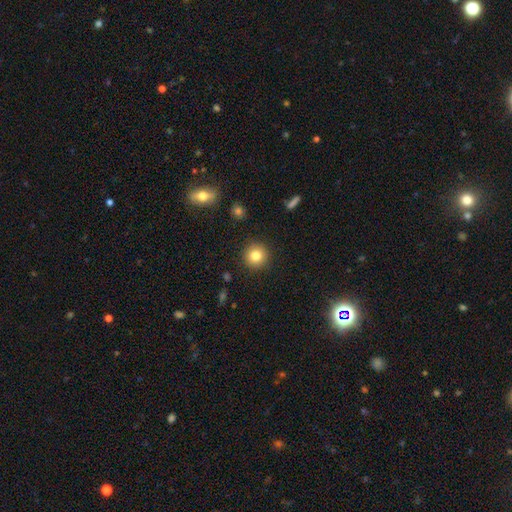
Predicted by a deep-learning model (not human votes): This is clearly a smooth galaxy (82%). How rounded: clearly round (94%). Merging: clearly none (91%).